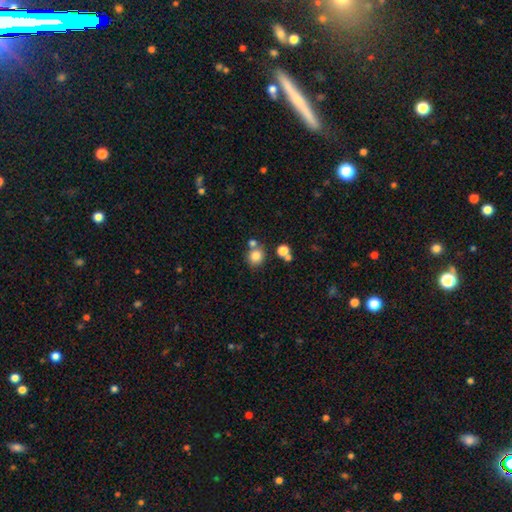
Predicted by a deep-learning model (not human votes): A smooth galaxy with no disk features (81%) that is round (83%).

Vote fractions:
- Smooth or featured? smooth: 81% / star or artifact: 11% / featured or disk: 7%
- How rounded? round: 83% / in between: 16% / cigar-shaped: 1%
- Merging? none: 65% / merger: 21% / minor disturbance: 10% / major disturbance: 4%